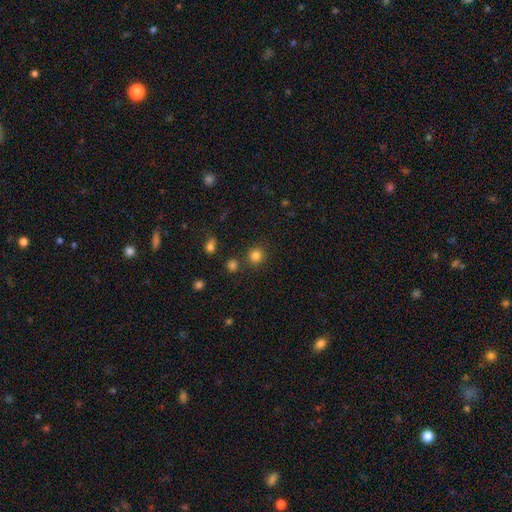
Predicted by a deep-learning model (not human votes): Smooth or featured: smooth — 82% (star or artifact — 13%)
How rounded: round — 90% (in between — 9%)
Merging: none — 82% (minor disturbance — 8%)